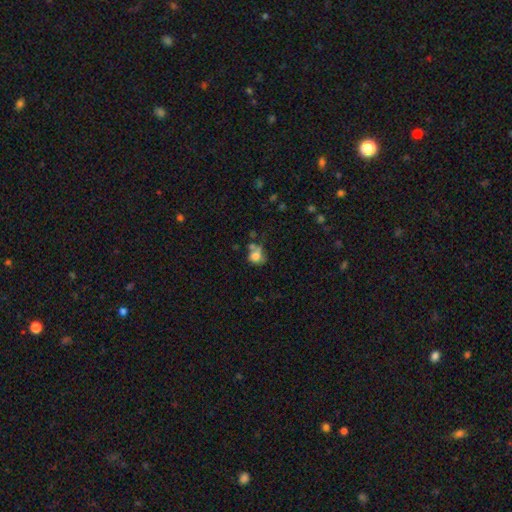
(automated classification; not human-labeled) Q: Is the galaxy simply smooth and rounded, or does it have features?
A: smooth — 71%.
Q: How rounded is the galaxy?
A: round — 52%.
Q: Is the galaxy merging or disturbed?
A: none — 33%.